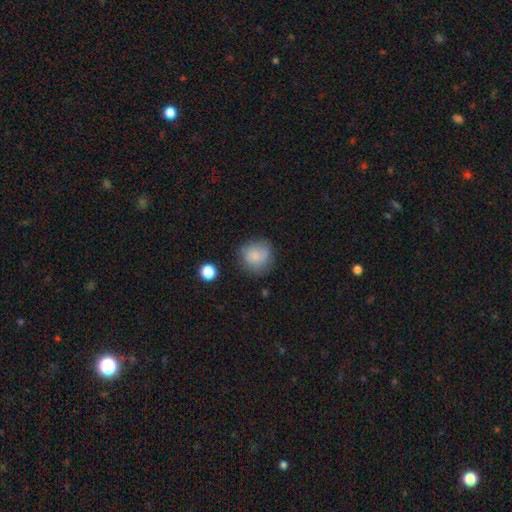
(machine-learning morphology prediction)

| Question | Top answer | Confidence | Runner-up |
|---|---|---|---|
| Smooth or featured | smooth | 80% | featured or disk (11%) |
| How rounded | round | 85% | in between (14%) |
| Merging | none | 68% | minor disturbance (21%) |